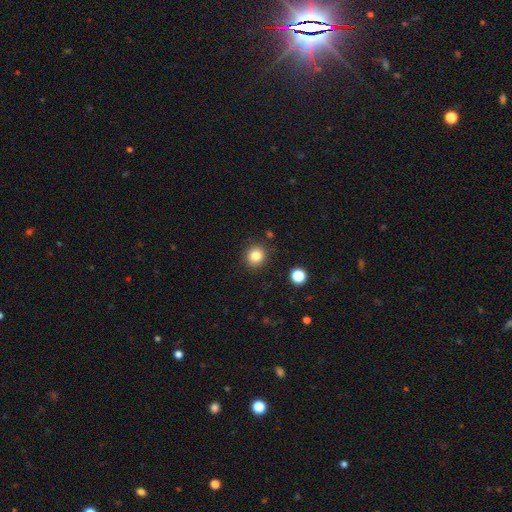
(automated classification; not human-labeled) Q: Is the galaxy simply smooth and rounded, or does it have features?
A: smooth — 83%.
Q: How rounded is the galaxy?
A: round — 87%.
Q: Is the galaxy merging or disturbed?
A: none — 88%.